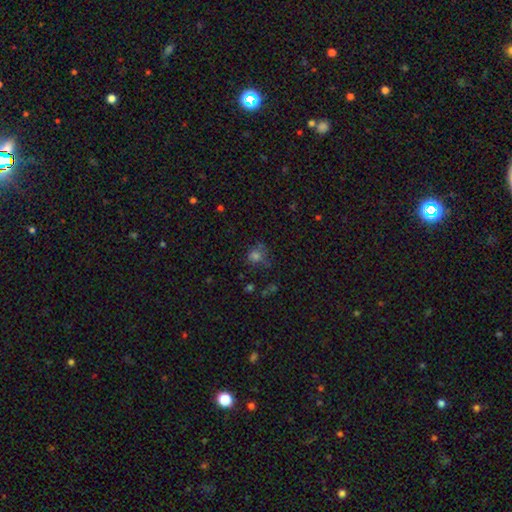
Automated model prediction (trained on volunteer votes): smooth 64%, star or artifact 25%, featured or disk 11%. Down the decision tree: how rounded — round (74%); merging — none (55%).